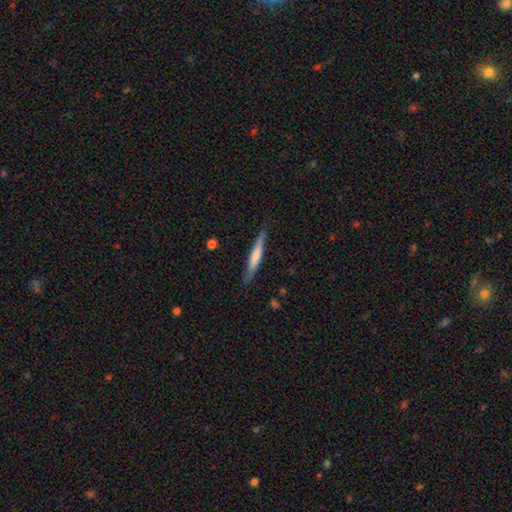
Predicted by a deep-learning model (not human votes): Smooth or featured: smooth — 61% (featured or disk — 34%)
How rounded: cigar-shaped — 93% (in between — 6%)
Merging: none — 83% (minor disturbance — 13%)